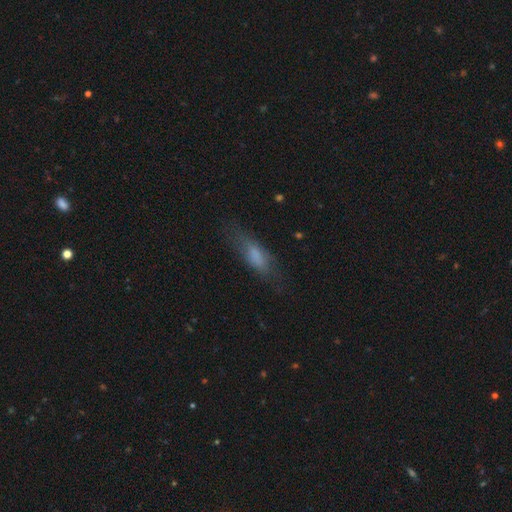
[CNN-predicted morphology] smooth_or_featured: smooth (p=0.66) [alt: featured or disk p=0.25]
how_rounded: cigar-shaped (p=0.52) [alt: in between p=0.46]
merging: none (p=0.67) [alt: minor disturbance p=0.21]